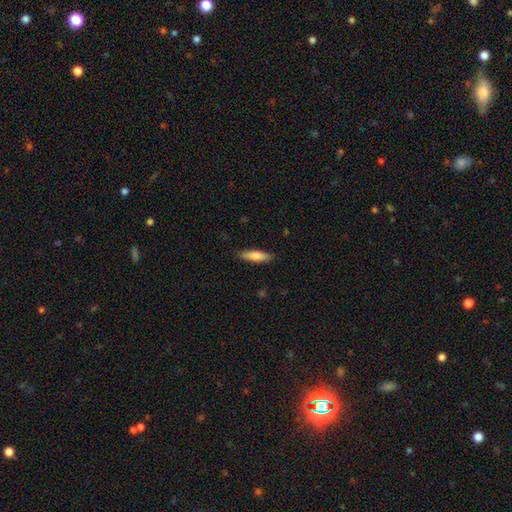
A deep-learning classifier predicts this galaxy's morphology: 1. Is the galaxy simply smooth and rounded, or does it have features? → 76% smooth, 18% featured or disk, 6% star or artifact.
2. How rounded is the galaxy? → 70% cigar-shaped, 29% in between, 2% round.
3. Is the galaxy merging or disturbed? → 88% none, 9% minor disturbance, 2% major disturbance, 1% merger.